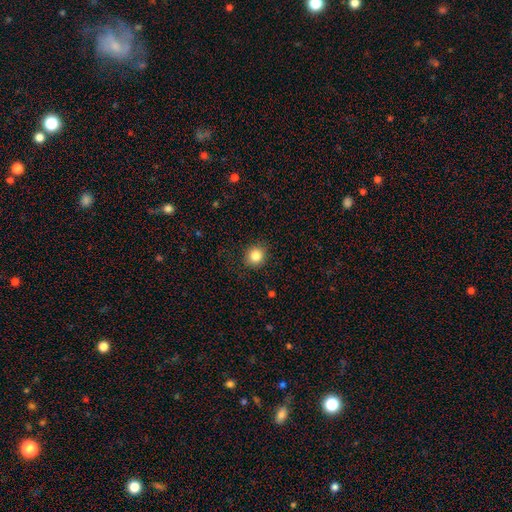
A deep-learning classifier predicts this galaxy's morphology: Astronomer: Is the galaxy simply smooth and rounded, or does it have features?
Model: smooth — 85%.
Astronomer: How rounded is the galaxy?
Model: round — 83%.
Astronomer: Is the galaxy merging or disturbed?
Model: none — 89%.